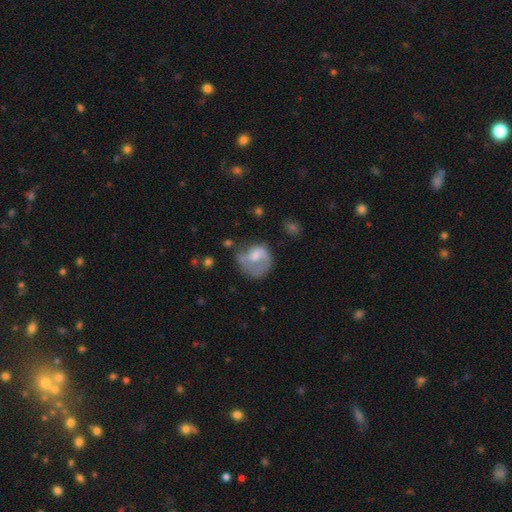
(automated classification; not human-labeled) A smooth galaxy with no disk features (47%).

Vote fractions:
- Smooth or featured? smooth: 47% / featured or disk: 44% / star or artifact: 8%
- Merging? major disturbance: 38% / none: 35% / minor disturbance: 23% / merger: 4%